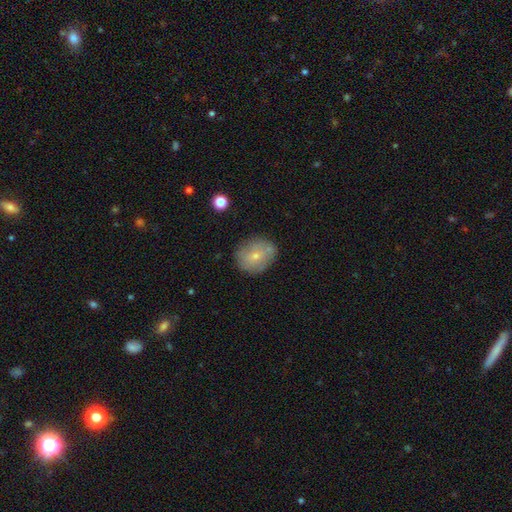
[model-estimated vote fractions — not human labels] This is likely a smooth galaxy (66%). How rounded: likely round (67%). Merging: likely none (72%).